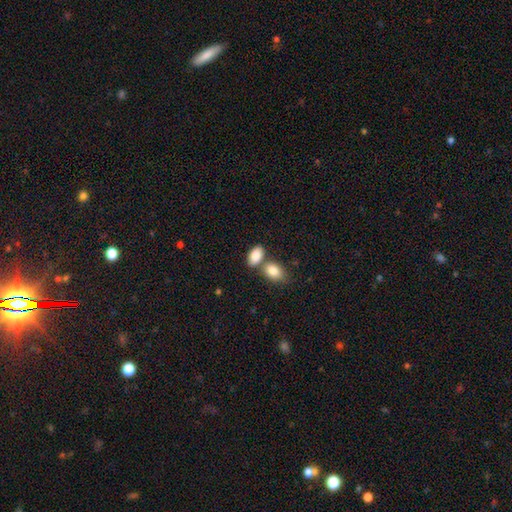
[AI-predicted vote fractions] smooth-or-featured: smooth: 86% | featured or disk: 7% | star or artifact: 7%
  how-rounded: in between: 91% | round: 7% | cigar-shaped: 2%
  merging: none: 47% | merger: 39% | minor disturbance: 10% | major disturbance: 3%